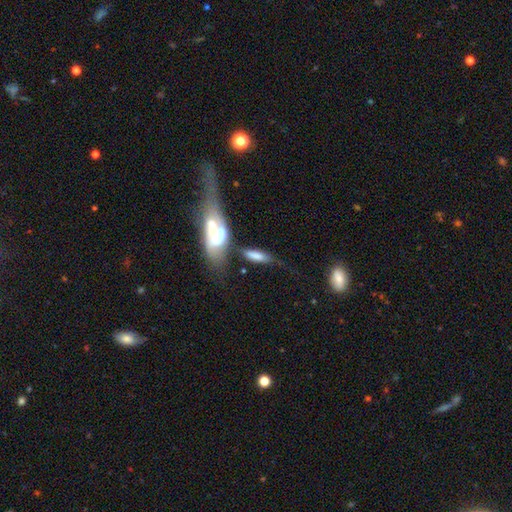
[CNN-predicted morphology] This appears to be a smooth galaxy with no disk features (67%) that is in between round and cigar-shaped (49%). Merging: merger (34%, tied with none).